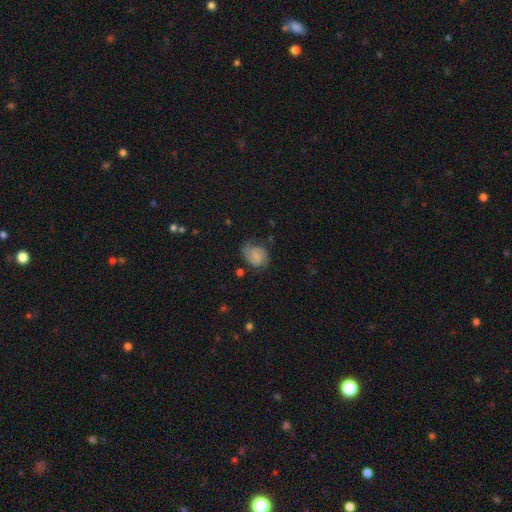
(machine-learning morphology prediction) Overall: smooth (49%; featured or disk 41%). Merging: none (55%; minor disturbance 28%).